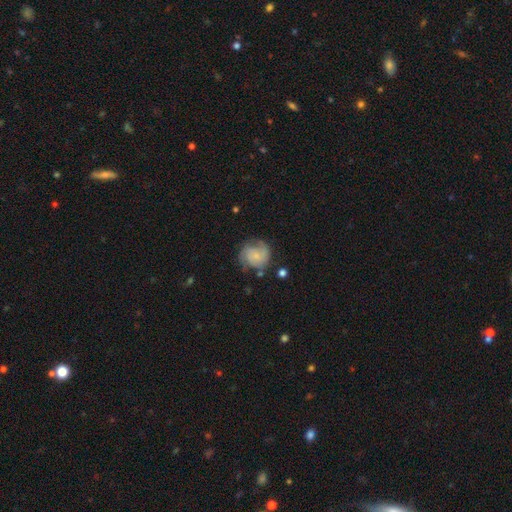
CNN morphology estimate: The model was most divided on "spiral winding": tight: 46%, medium: 39%, loose: 15%. Remaining: edge-on disk — no (98%); spiral arms — yes (89%); bar — no (73%); merging — none (62%); bulge size — small (60%); smooth or featured — featured or disk (60%); spiral arm count — 2 (35%).